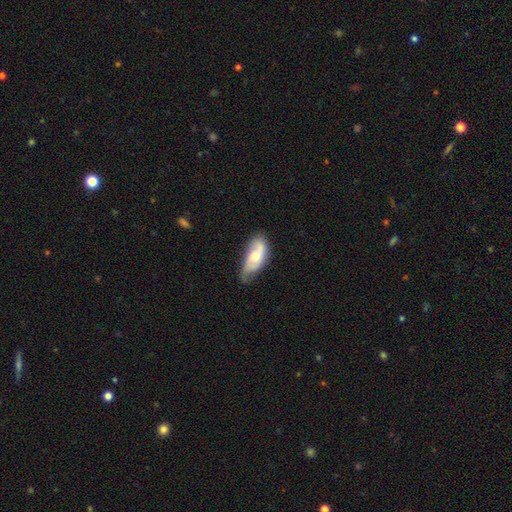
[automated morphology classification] This appears to be a featured or disk galaxy (49%). Merging: none (49%).